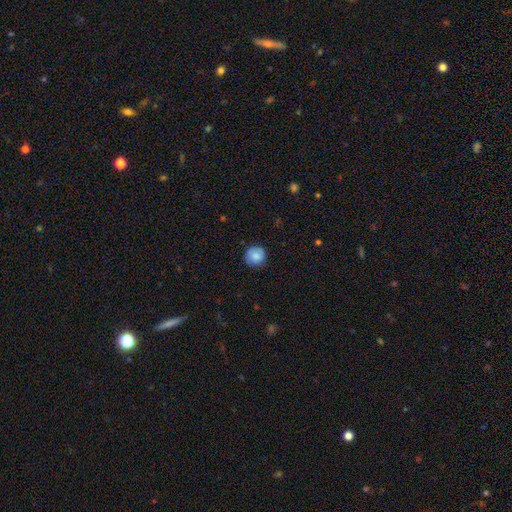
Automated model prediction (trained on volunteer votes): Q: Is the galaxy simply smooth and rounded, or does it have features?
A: smooth — 85%.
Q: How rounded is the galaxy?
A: round — 93%.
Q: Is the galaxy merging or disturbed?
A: none — 86%.